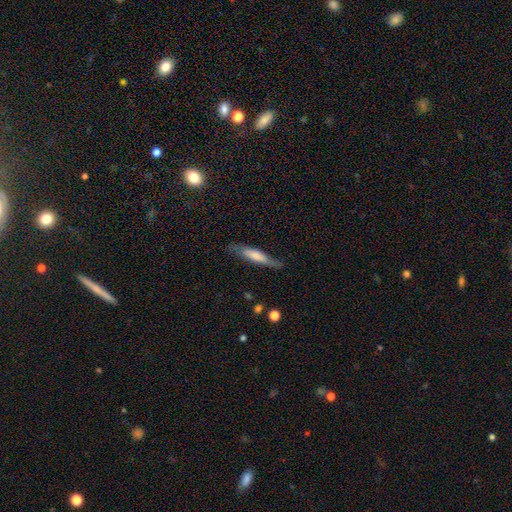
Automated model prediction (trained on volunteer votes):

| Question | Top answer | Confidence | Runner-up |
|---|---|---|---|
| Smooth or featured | smooth | 59% | featured or disk (35%) |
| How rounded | cigar-shaped | 81% | in between (17%) |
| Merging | none | 72% | minor disturbance (20%) |